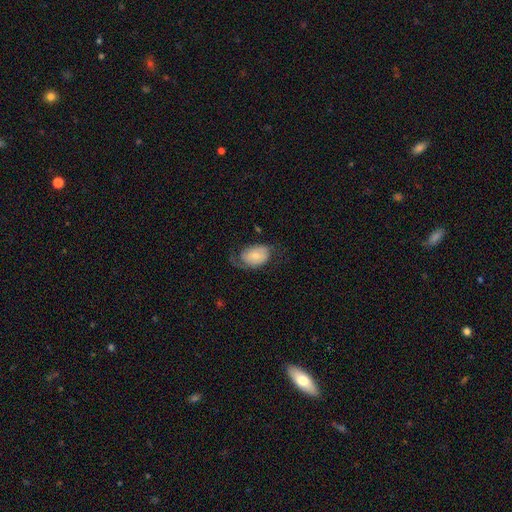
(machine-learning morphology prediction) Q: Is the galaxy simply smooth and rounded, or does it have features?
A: smooth — 53%.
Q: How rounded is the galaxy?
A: in between — 83%.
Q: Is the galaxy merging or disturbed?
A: none — 45%.